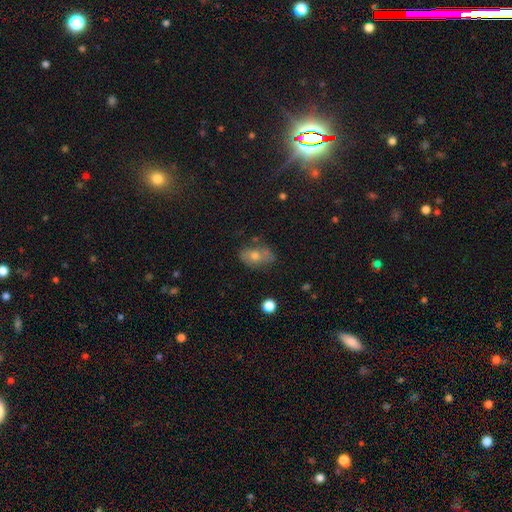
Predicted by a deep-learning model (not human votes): smooth 59%, featured or disk 27%, star or artifact 14%. Down the decision tree: how rounded — in between (81%); merging — none (62%).